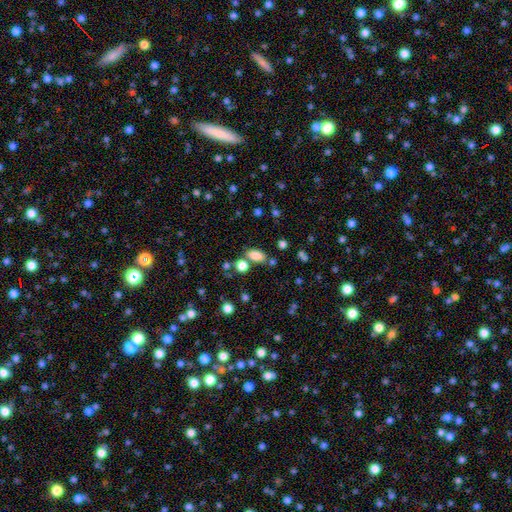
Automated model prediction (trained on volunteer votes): Morphology: type=smooth (83%); roundness=in between (88%); merging=none (70%).